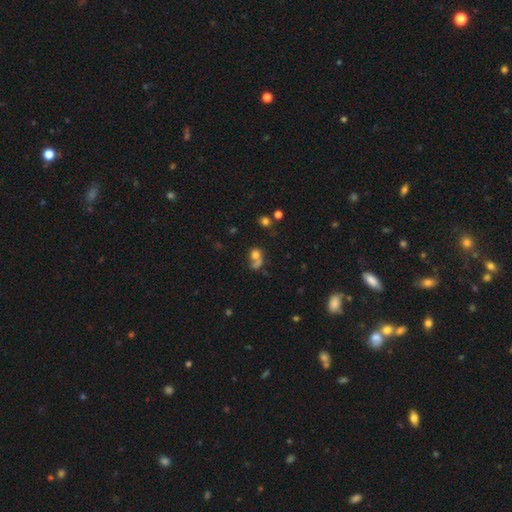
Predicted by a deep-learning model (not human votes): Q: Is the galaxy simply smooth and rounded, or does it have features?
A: smooth — 68%.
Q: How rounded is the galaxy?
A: round — 60%.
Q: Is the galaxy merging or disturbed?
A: merger — 46%.